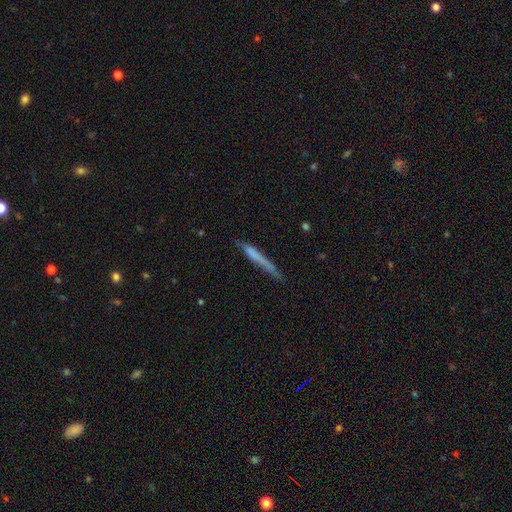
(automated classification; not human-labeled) The model was most divided on "smooth or featured": smooth: 59%, featured or disk: 34%, star or artifact: 8%. More confident: how rounded — cigar-shaped (96%); merging — none (63%).